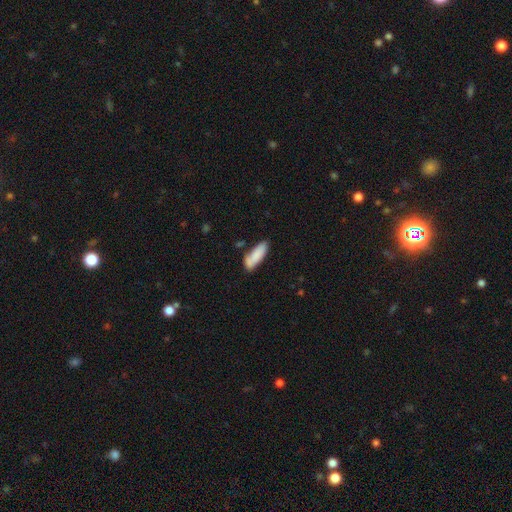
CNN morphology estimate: A smooth galaxy with no disk features (84%) that is in between round and cigar-shaped (54%). Merging: none (67%).